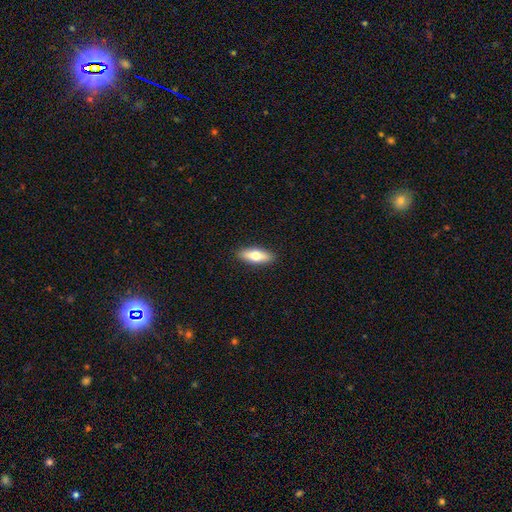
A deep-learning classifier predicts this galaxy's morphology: This appears to be a smooth galaxy with no disk features (65%) that is in between round and cigar-shaped (63%). Merging: none (90%).